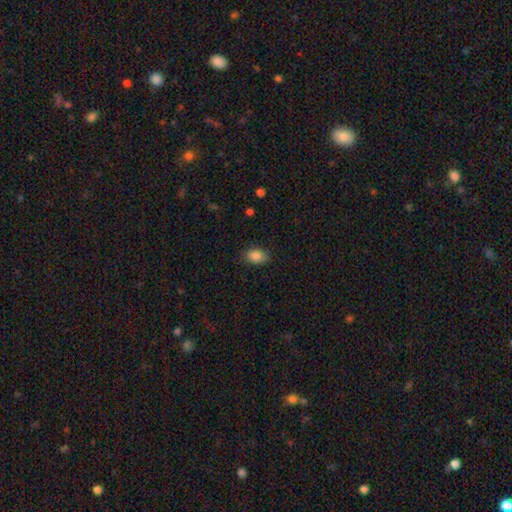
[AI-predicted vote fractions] Smooth or featured? Predicted: smooth (p=0.87). How rounded? Predicted: in between (p=0.84). Merging? Predicted: none (p=0.84).